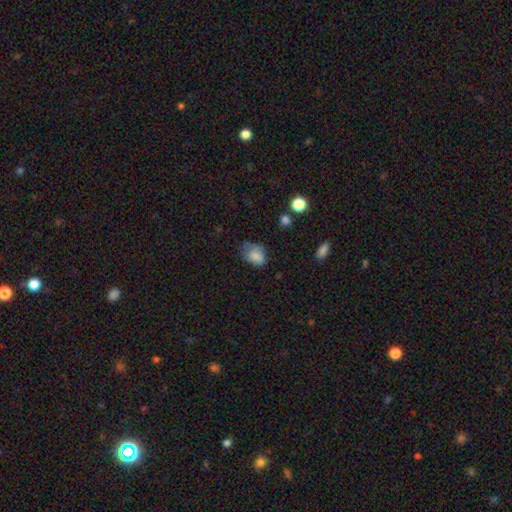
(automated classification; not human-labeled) The model was most divided on "merging": none: 45%, minor disturbance: 36%, major disturbance: 16%, merger: 2%. More confident: smooth or featured — smooth (80%); how rounded — in between (75%).